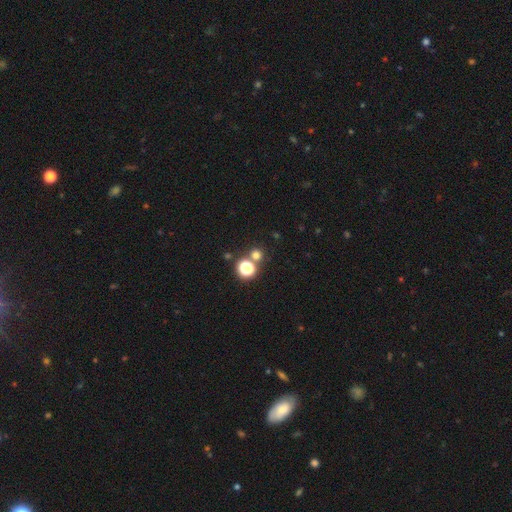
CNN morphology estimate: Smooth or featured? Predicted: smooth (p=0.66). How rounded? Predicted: round (p=0.91). Merging? Predicted: none (p=0.73).